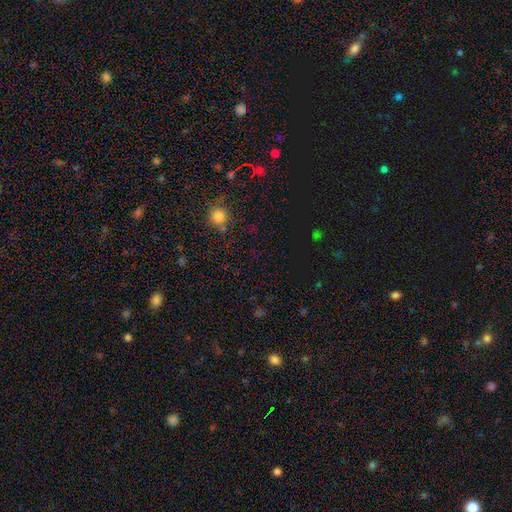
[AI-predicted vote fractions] Overall: star or artifact (56%; smooth 36%).